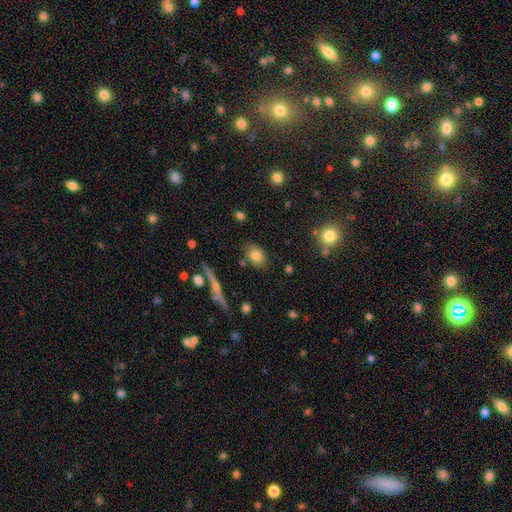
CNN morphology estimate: Smooth or featured?
  - smooth: 78% *
  - featured or disk: 12%
  - star or artifact: 10%
How rounded?
  - in between: 68% *
  - round: 29%
  - cigar-shaped: 3%
Merging?
  - none: 78% *
  - minor disturbance: 14%
  - merger: 4%
  - major disturbance: 4%